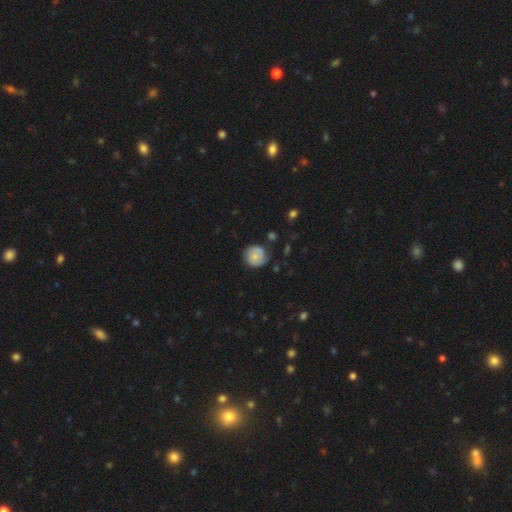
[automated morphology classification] A smooth galaxy with no disk features (57%) that is round (89%). Merging: none (72%).